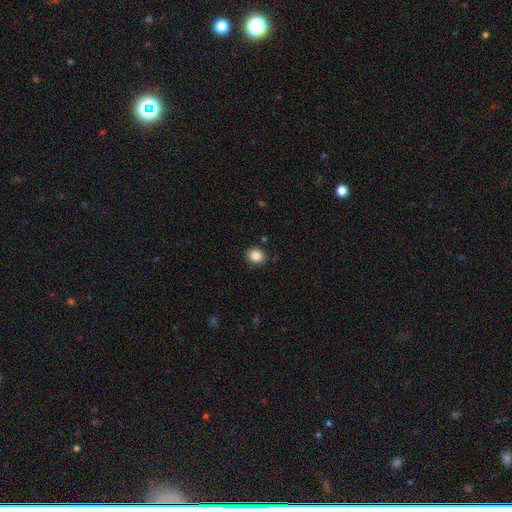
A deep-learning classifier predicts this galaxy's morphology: smooth_or_featured: smooth (p=0.86) [alt: star or artifact p=0.10]
how_rounded: round (p=0.70) [alt: in between p=0.29]
merging: none (p=0.85) [alt: minor disturbance p=0.11]